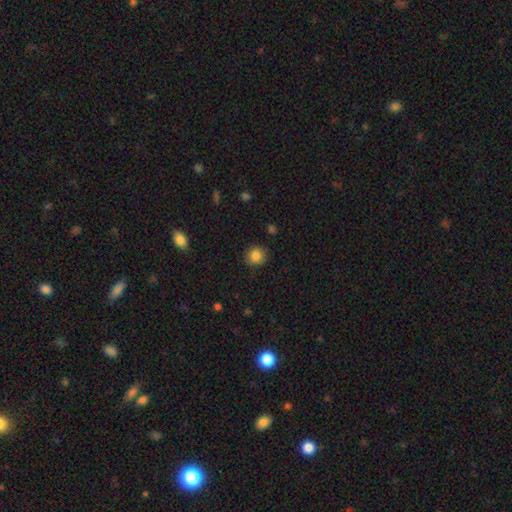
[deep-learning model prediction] smooth 85%, star or artifact 10%, featured or disk 5%. Down the decision tree: how rounded — round (86%); merging — none (88%).